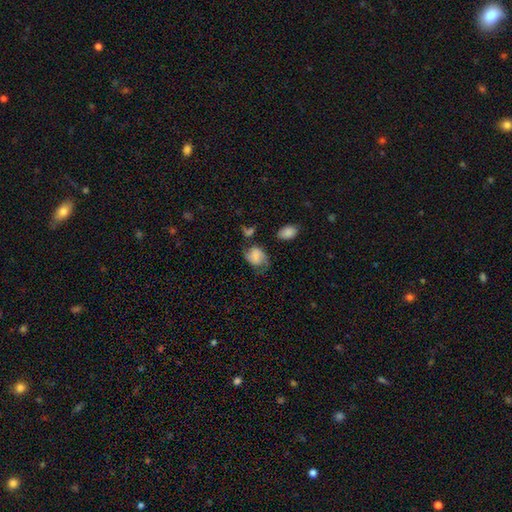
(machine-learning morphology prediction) type=smooth (51%); roundness=in between (65%); merging=none (49%).